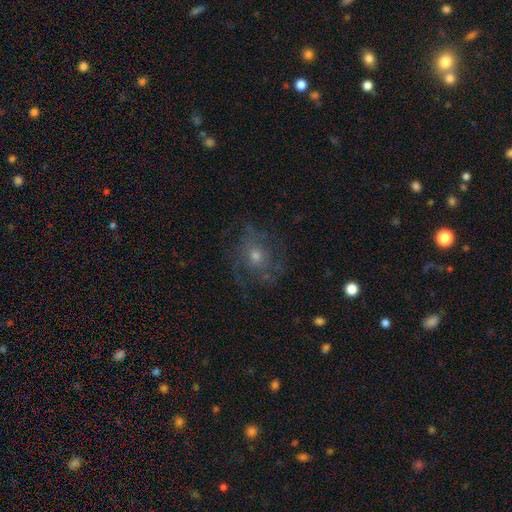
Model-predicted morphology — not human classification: Smooth or featured? featured or disk (56%)
Edge-on disk? no (96%)
Bar? no (85%)
Spiral arms? yes (66%)
Bulge size? moderate (52%)
Merging? none (69%)